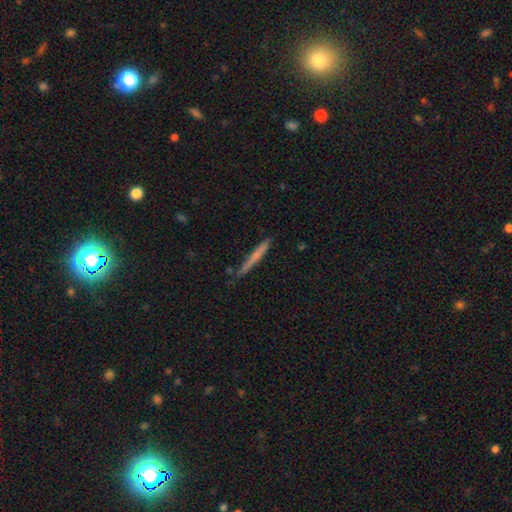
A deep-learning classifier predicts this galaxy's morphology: Q: Smooth or featured?
A: smooth (60%); runner-up: featured or disk (34%)
Q: How rounded?
A: cigar-shaped (96%); runner-up: in between (2%)
Q: Merging?
A: none (80%); runner-up: minor disturbance (15%)